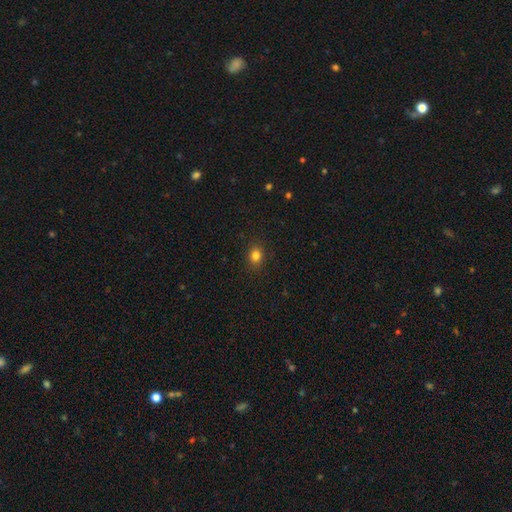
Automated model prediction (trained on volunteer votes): Q: Smooth or featured?
A: smooth (82%); runner-up: star or artifact (13%)
Q: How rounded?
A: round (58%); runner-up: in between (41%)
Q: Merging?
A: none (89%); runner-up: minor disturbance (8%)